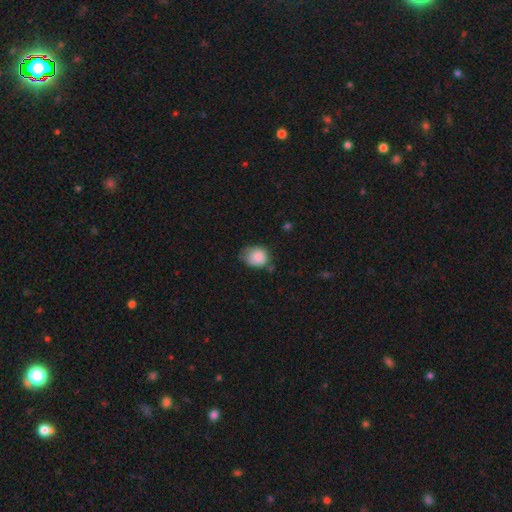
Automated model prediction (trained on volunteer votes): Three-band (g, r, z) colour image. It shows a smooth galaxy with no disk features (85%) that is round (61%). Merging: none (51%).